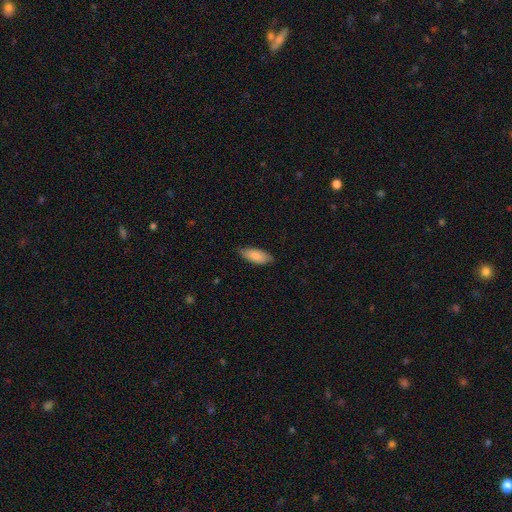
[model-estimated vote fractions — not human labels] A smooth galaxy with no disk features (84%) that is in between round and cigar-shaped (80%). Merging: none (77%).